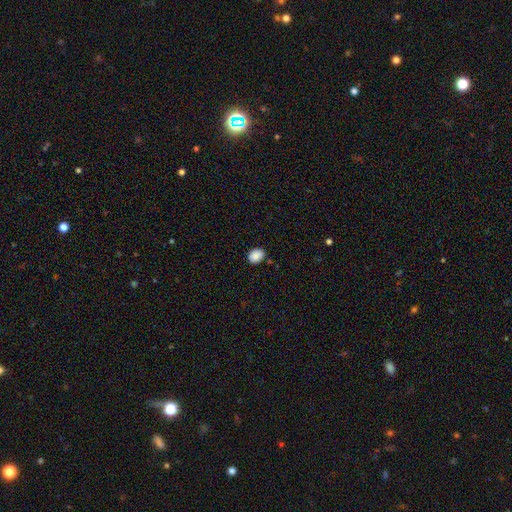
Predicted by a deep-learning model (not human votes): smooth 89%, star or artifact 8%, featured or disk 3%. Down the decision tree: how rounded — in between (58%); merging — none (85%).